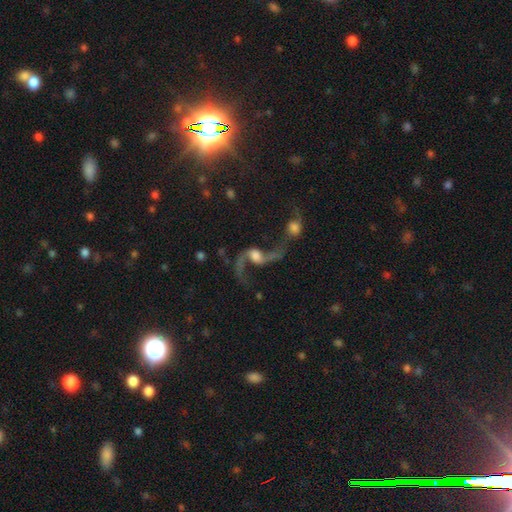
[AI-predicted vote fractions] featured or disk 83%, smooth 10%, star or artifact 8%. Down the decision tree: edge-on disk — no (96%); bar — no (47%); spiral arms — yes (93%); spiral arm count — 2 (89%); spiral winding — loose (89%); bulge size — moderate (41%); merging — merger (44%).